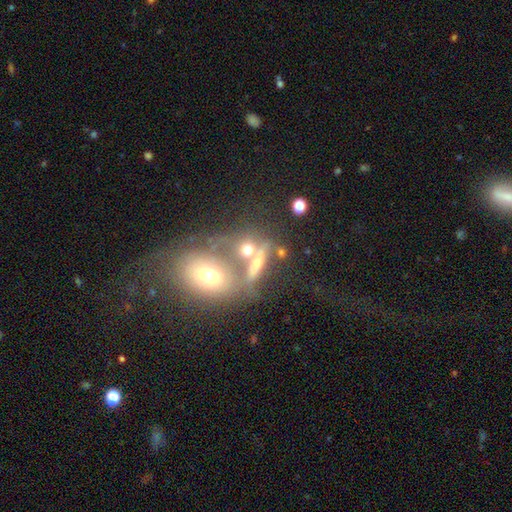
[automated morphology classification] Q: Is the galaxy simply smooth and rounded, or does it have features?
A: smooth — 43%.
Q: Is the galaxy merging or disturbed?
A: merger — 47%.